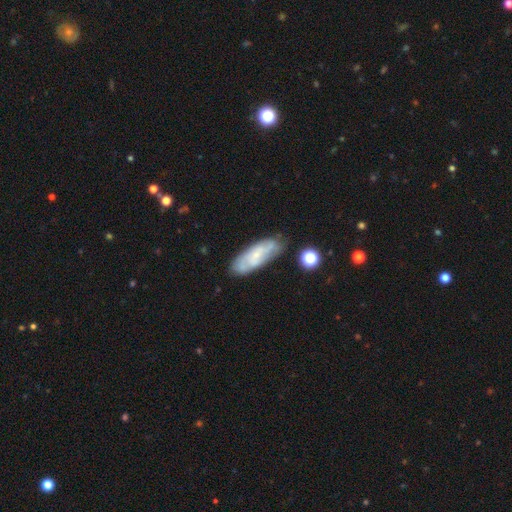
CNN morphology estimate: Smooth or featured?
  - featured or disk: 50% *
  - smooth: 42%
  - star or artifact: 7%
Edge-on disk?
  - no: 81% *
  - yes: 19%
Merging?
  - none: 71% *
  - minor disturbance: 19%
  - major disturbance: 5%
  - merger: 5%